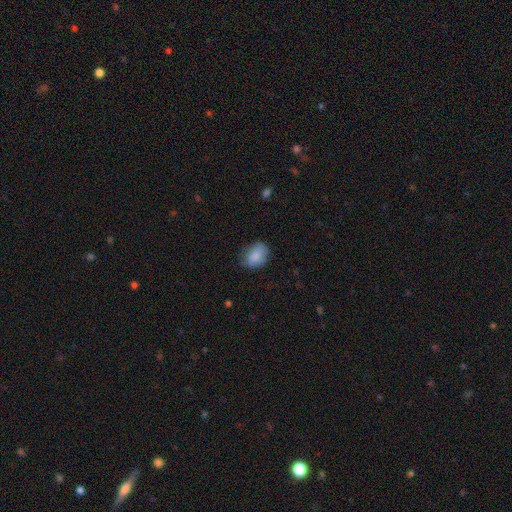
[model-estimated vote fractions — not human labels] smooth-or-featured: smooth: 85% | featured or disk: 8% | star or artifact: 7%
  how-rounded: in between: 71% | round: 28% | cigar-shaped: 1%
  merging: none: 67% | minor disturbance: 26% | major disturbance: 6% | merger: 1%